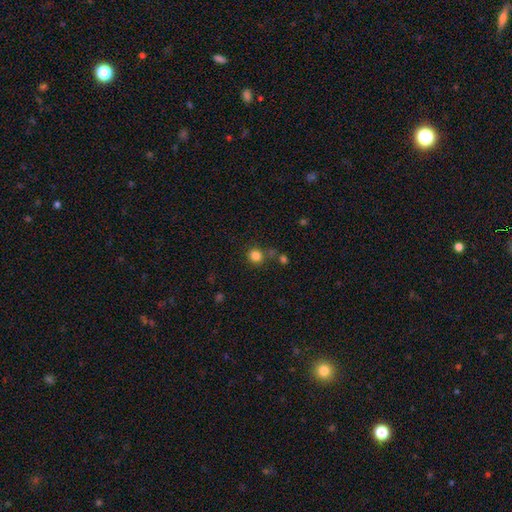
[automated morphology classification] Smooth or featured? smooth (82%)
How rounded? round (90%)
Merging? none (75%)